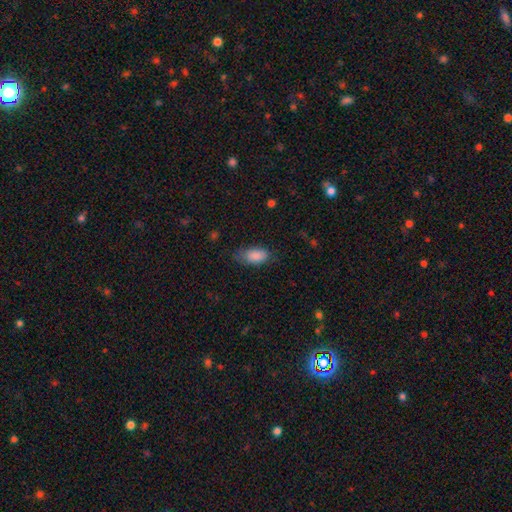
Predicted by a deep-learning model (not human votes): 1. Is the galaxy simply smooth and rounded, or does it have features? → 87% smooth, 7% star or artifact, 6% featured or disk.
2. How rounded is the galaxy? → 92% in between, 4% cigar-shaped, 4% round.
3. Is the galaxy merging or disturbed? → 62% none, 28% minor disturbance, 8% major disturbance, 1% merger.